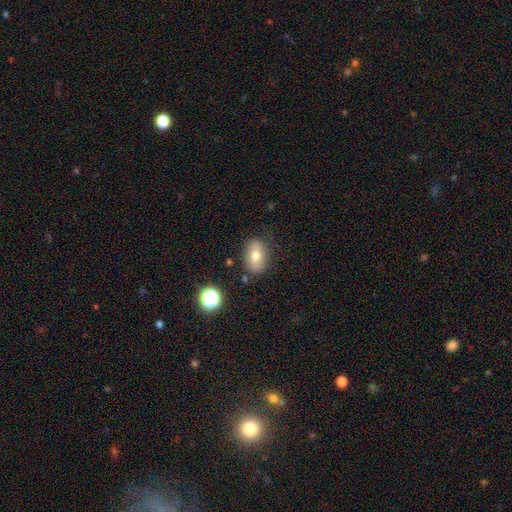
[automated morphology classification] This appears to be a smooth galaxy with no disk features (69%) that is in between round and cigar-shaped (82%). Merging: none (80%).